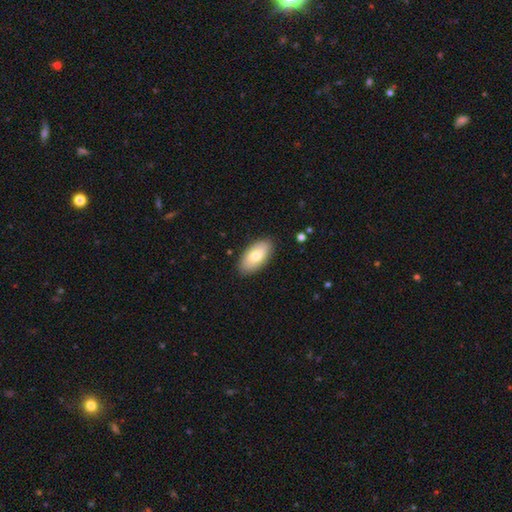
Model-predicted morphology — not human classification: Smooth or featured? Predicted: smooth (p=0.75). How rounded? Predicted: in between (p=0.94). Merging? Predicted: none (p=0.87).